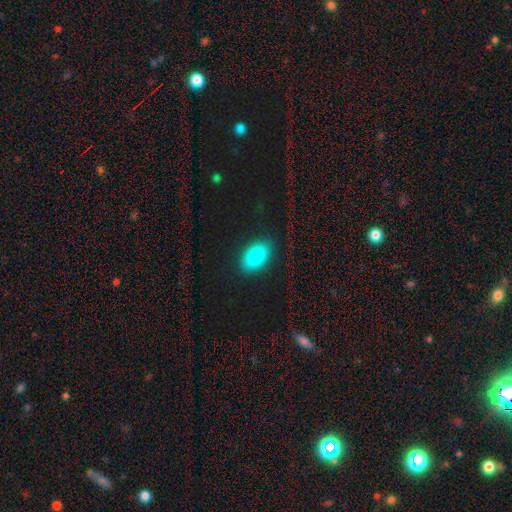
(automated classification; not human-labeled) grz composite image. It shows a smooth galaxy with no disk features (87%) that is in between round and cigar-shaped (92%). Merging: none (88%).